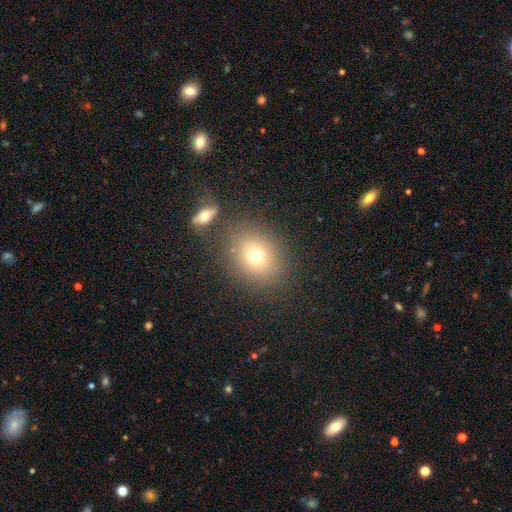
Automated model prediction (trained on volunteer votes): The model was most divided on "how rounded": round: 55%, in between: 44%, cigar-shaped: 1%. More confident: merging — none (77%); smooth or featured — smooth (73%).